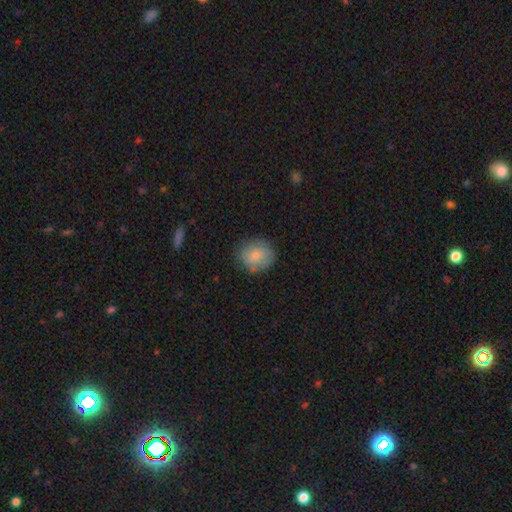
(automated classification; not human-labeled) Overall: smooth (81%). How rounded: round (77%). Merging: none (77%).